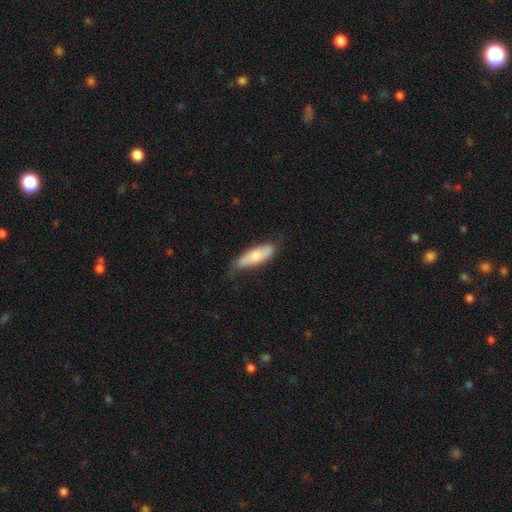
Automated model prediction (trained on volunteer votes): smooth 69%, featured or disk 25%, star or artifact 5%. Down the decision tree: how rounded — in between (63%); merging — none (66%).